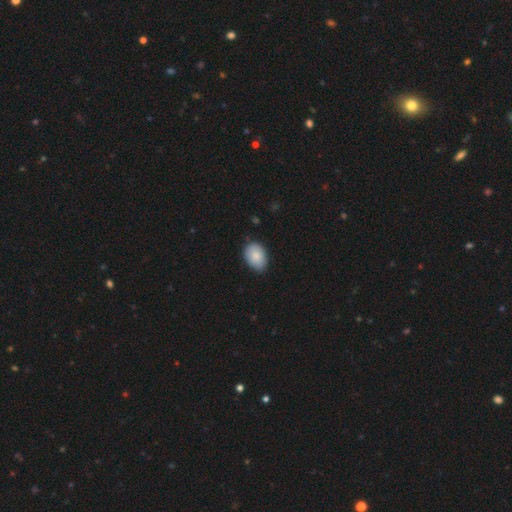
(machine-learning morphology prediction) smooth 86%, featured or disk 8%, star or artifact 6%. Down the decision tree: how rounded — in between (81%); merging — none (79%).